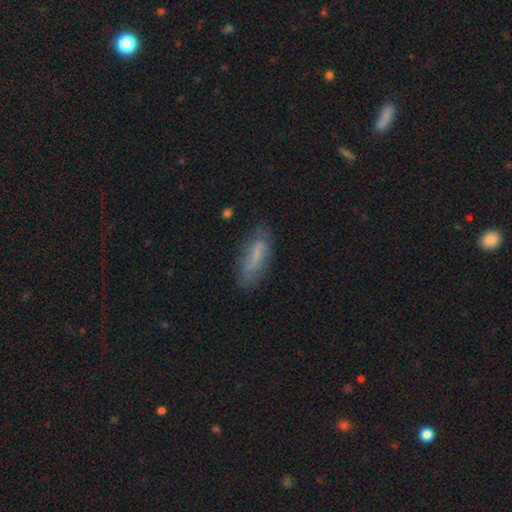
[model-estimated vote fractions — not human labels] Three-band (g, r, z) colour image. It shows a smooth galaxy with no disk features (63%) that is in between round and cigar-shaped (50%). Merging: none (66%).